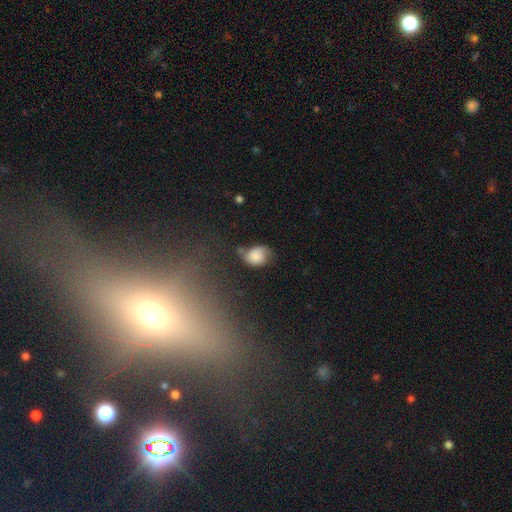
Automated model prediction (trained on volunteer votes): Overall: smooth (62%; featured or disk 28%). How rounded: in between (55%; round 44%). Merging: none (42%; minor disturbance 35%).